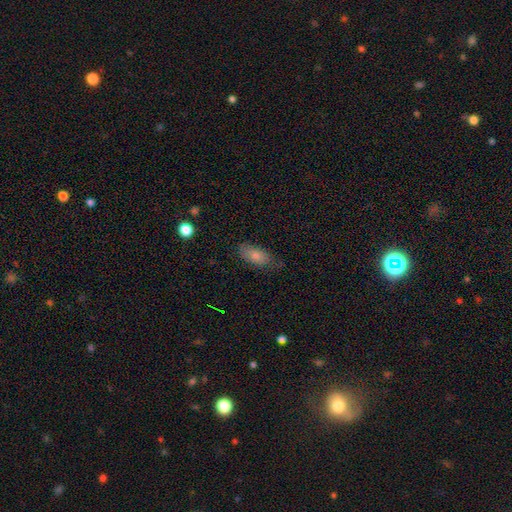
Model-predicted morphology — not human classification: Q: Smooth or featured?
A: smooth (79%); runner-up: featured or disk (13%)
Q: How rounded?
A: in between (84%); runner-up: cigar-shaped (13%)
Q: Merging?
A: none (70%); runner-up: minor disturbance (23%)